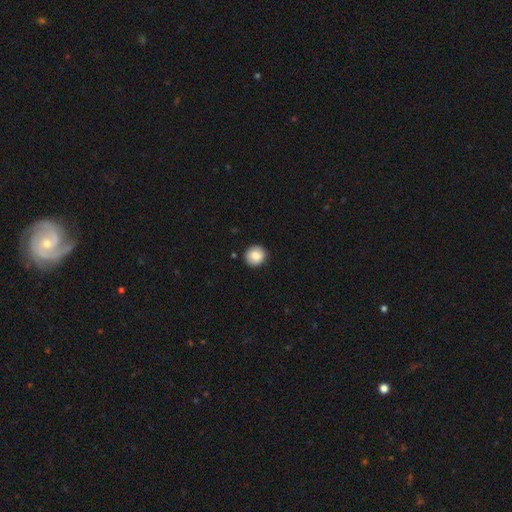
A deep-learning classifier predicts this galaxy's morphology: This is clearly a smooth galaxy (83%). How rounded: clearly round (89%). Merging: clearly none (88%).